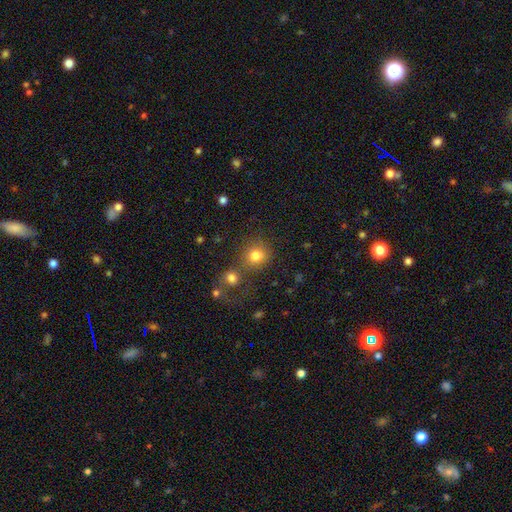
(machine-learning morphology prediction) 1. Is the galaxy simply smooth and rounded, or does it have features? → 78% smooth, 13% star or artifact, 8% featured or disk.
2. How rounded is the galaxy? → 84% round, 15% in between, 1% cigar-shaped.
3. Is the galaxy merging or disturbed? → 57% none, 26% merger, 10% minor disturbance, 6% major disturbance.